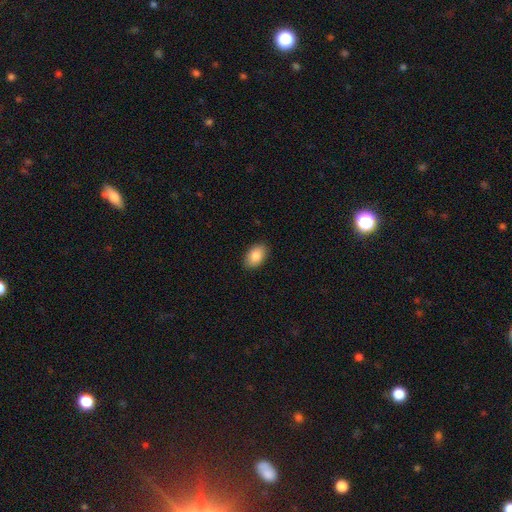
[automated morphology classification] Smooth or featured? smooth (87%)
How rounded? in between (91%)
Merging? none (89%)